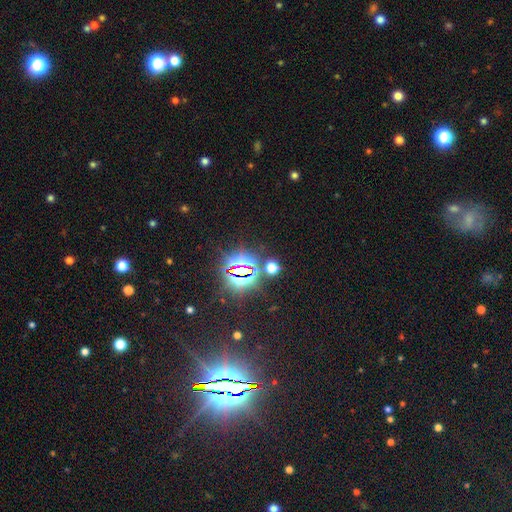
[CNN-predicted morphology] star or artifact 84%, smooth 9%, featured or disk 7%.